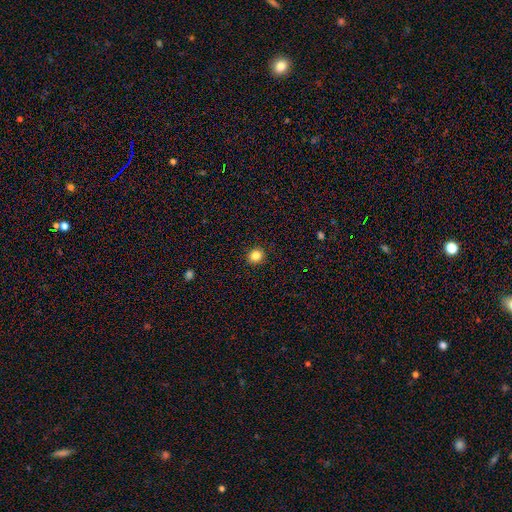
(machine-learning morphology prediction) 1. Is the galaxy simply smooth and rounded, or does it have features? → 85% smooth, 11% star or artifact, 4% featured or disk.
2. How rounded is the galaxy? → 87% round, 12% in between, 1% cigar-shaped.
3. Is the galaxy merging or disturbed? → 92% none, 5% minor disturbance, 2% major disturbance, 1% merger.